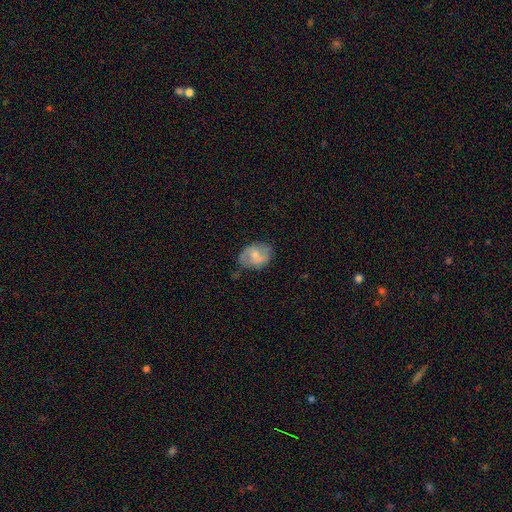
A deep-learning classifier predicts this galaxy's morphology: This is possibly a smooth galaxy (47%). Merging: likely none (70%).